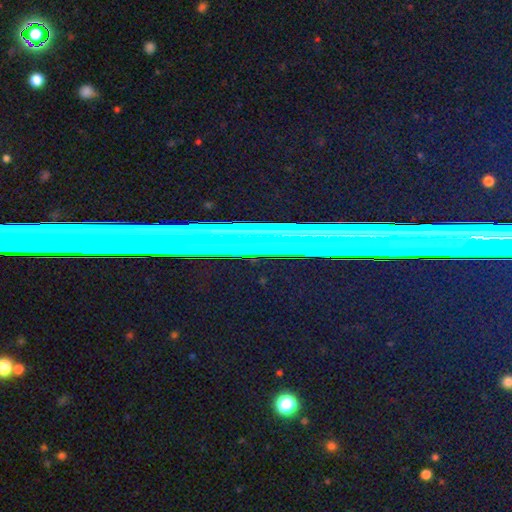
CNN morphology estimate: This appears to be a star or artifact, not a galaxy (64%).